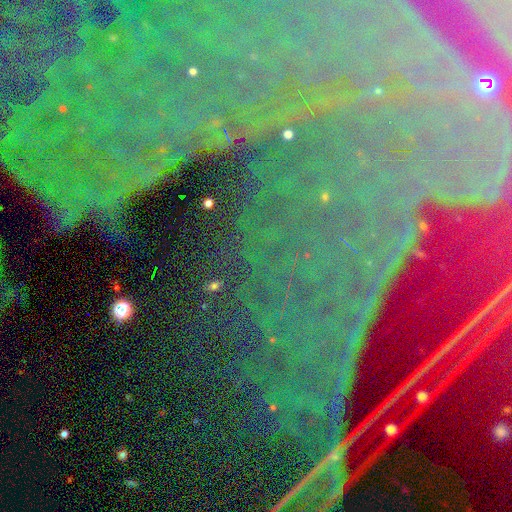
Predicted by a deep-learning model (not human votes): Smooth or featured?
  - star or artifact: 84% *
  - featured or disk: 9%
  - smooth: 7%